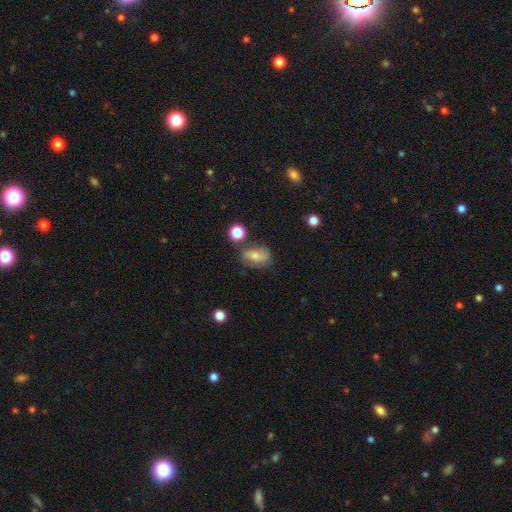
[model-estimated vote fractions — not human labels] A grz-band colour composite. It shows a smooth galaxy with no disk features (54%) that is in between round and cigar-shaped (72%). Merging: none (61%).